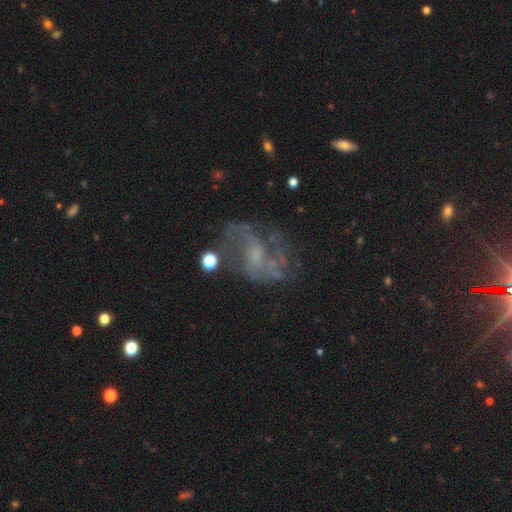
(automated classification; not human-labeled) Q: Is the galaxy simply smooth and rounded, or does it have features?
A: featured or disk — 69%.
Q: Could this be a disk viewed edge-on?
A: no — 97%.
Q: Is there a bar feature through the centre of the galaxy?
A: no — 53%.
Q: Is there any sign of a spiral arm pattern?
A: yes — 76%.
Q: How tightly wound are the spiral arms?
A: loose — 42%, tied with medium.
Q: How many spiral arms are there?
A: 2 — 56%.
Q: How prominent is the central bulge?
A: small — 44%.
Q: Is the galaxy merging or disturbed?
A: none — 55%.